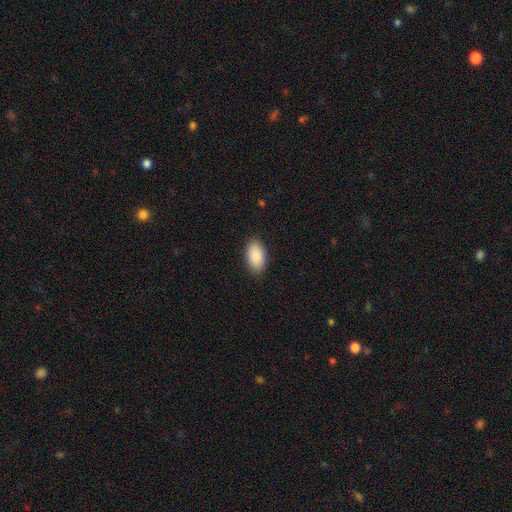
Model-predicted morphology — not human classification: The model was most divided on "merging": none: 87%, minor disturbance: 9%, major disturbance: 2%, merger: 1%. More confident: how rounded — in between (95%); smooth or featured — smooth (89%).